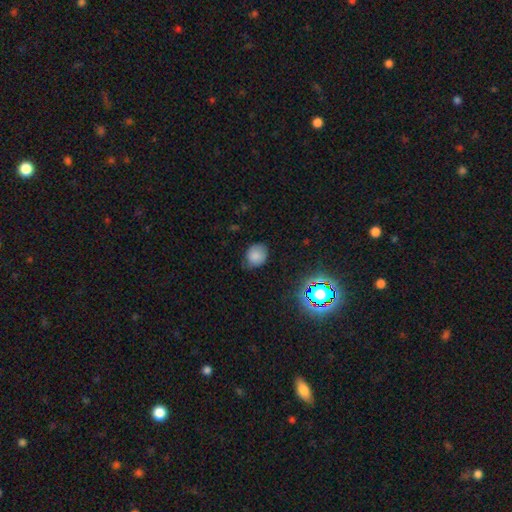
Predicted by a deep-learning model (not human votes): Smooth or featured? Predicted: smooth (p=0.79). How rounded? Predicted: round (p=0.57). Merging? Predicted: none (p=0.65).